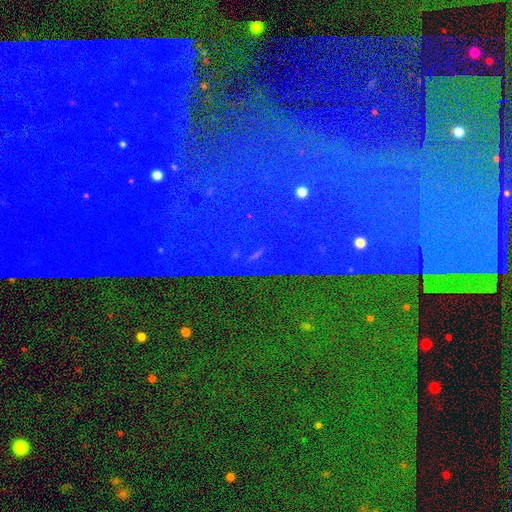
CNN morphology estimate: Q: Smooth or featured?
A: star or artifact (86%); runner-up: featured or disk (8%)